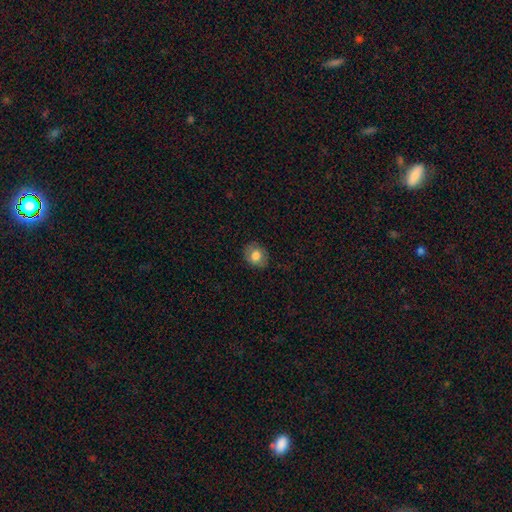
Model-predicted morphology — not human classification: Smooth or featured?
  - smooth: 77% *
  - featured or disk: 15%
  - star or artifact: 9%
How rounded?
  - round: 60% *
  - in between: 40%
  - cigar-shaped: 1%
Merging?
  - none: 83% *
  - minor disturbance: 13%
  - major disturbance: 3%
  - merger: 1%